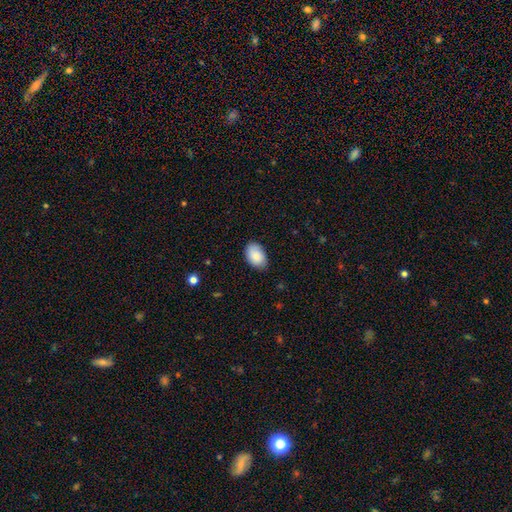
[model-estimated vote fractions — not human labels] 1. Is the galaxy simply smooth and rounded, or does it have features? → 87% smooth, 7% featured or disk, 6% star or artifact.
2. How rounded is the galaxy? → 90% in between, 9% round, 1% cigar-shaped.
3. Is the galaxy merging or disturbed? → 81% none, 15% minor disturbance, 3% major disturbance, 1% merger.